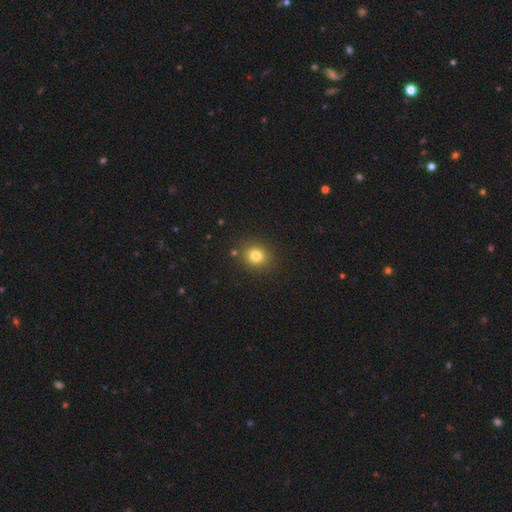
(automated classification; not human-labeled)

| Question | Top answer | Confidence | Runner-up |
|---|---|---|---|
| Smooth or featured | smooth | 80% | star or artifact (13%) |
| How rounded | round | 74% | in between (25%) |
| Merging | none | 86% | minor disturbance (8%) |